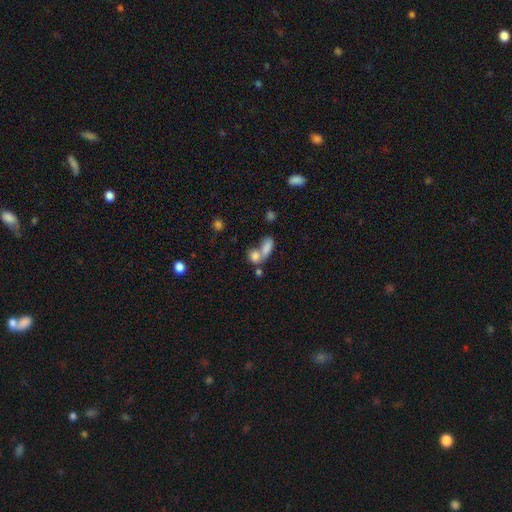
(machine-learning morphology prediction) type=smooth (79%); roundness=in between (69%); merging=merger (56%).